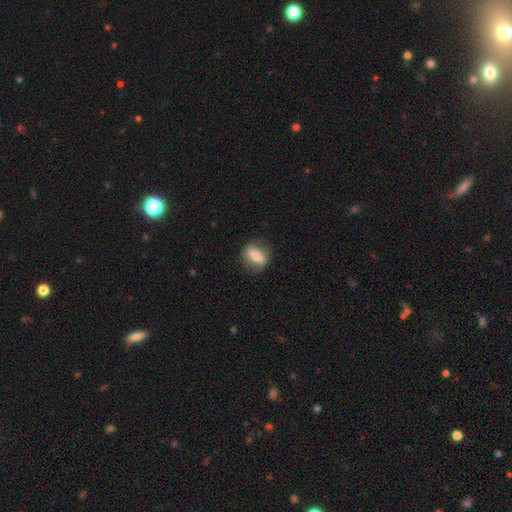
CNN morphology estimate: A smooth galaxy with no disk features (60%) that is in between round and cigar-shaped (56%). Merging: none (83%).